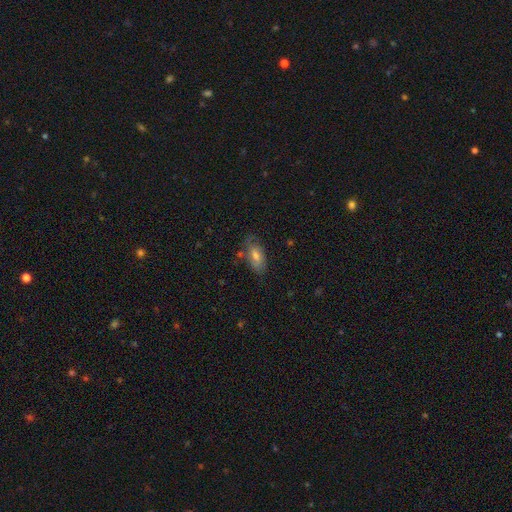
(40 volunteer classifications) This appears to be a smooth galaxy with no disk features (57%) that is in between round and cigar-shaped (91%). Merging: none (69%).